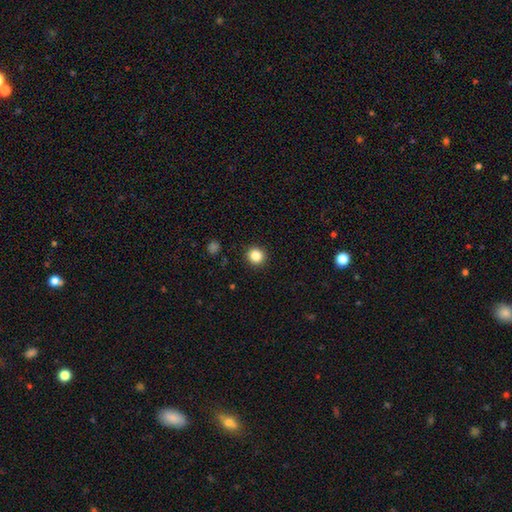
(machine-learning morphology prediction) This is clearly a smooth galaxy (85%). How rounded: clearly round (91%). Merging: clearly none (92%).